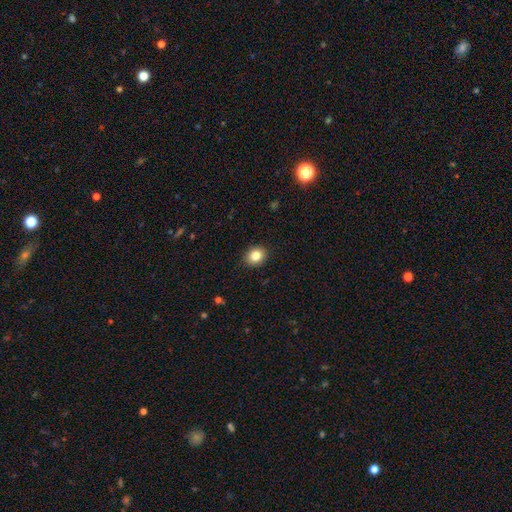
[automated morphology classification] smooth_or_featured: smooth (p=0.83) [alt: star or artifact p=0.10]
how_rounded: round (p=0.66) [alt: in between p=0.34]
merging: none (p=0.91) [alt: minor disturbance p=0.07]